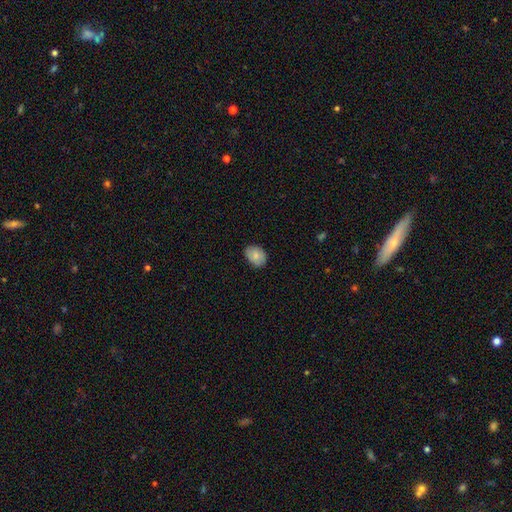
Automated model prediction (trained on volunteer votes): Smooth or featured?
  - smooth: 82% *
  - featured or disk: 11%
  - star or artifact: 7%
How rounded?
  - in between: 70% *
  - round: 29%
  - cigar-shaped: 1%
Merging?
  - none: 80% *
  - minor disturbance: 17%
  - major disturbance: 3%
  - merger: 1%